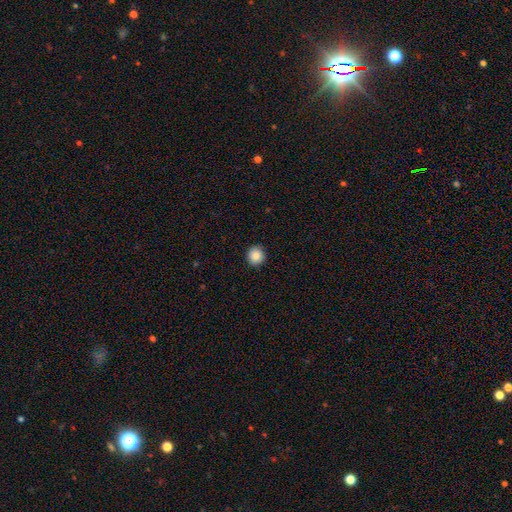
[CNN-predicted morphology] This appears to be a smooth galaxy with no disk features (87%) that is round (92%). Merging: none (92%).